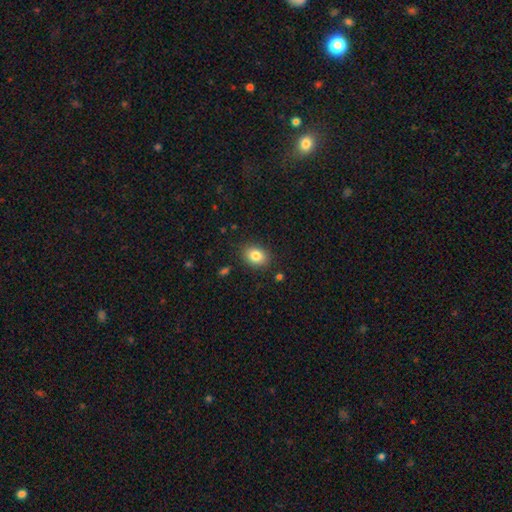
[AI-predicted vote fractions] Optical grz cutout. It shows a smooth galaxy with no disk features (84%) that is in between round and cigar-shaped (66%). Merging: none (86%).